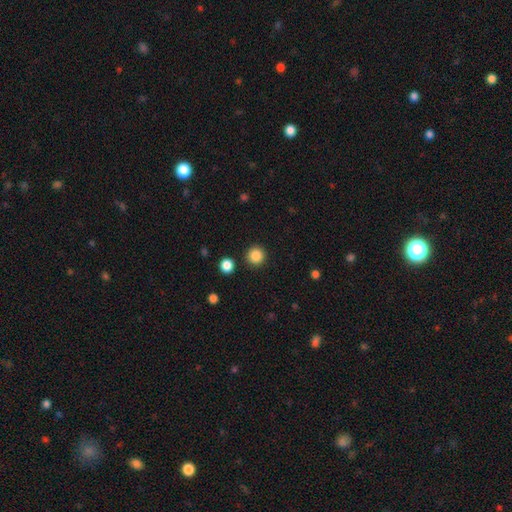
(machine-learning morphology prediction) smooth_or_featured: smooth (p=0.86) [alt: star or artifact p=0.11]
how_rounded: round (p=0.95) [alt: in between p=0.04]
merging: none (p=0.90) [alt: minor disturbance p=0.05]